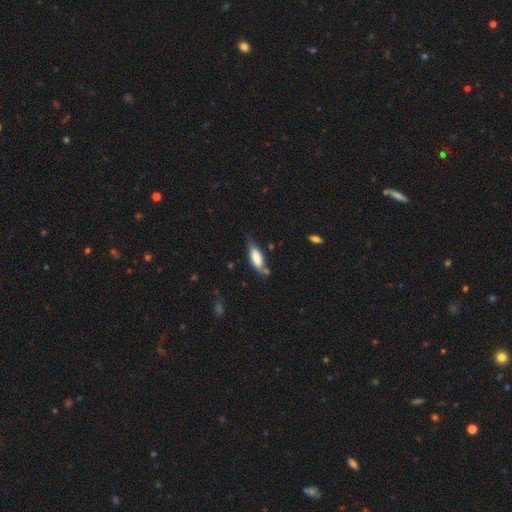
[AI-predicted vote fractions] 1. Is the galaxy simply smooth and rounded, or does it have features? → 75% smooth, 19% featured or disk, 6% star or artifact.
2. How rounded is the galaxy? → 63% in between, 35% cigar-shaped, 2% round.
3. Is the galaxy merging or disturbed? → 54% none, 30% minor disturbance, 8% major disturbance, 8% merger.